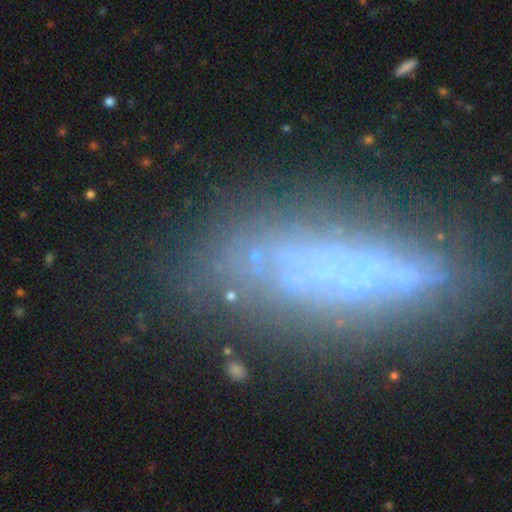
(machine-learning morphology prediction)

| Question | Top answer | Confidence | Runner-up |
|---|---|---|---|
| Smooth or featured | star or artifact | 46% | smooth (31%) |